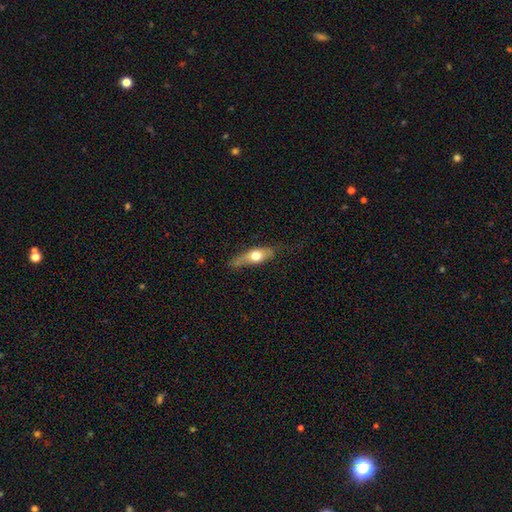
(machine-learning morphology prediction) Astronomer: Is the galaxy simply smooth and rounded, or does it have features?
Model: smooth — 54% (runner-up: featured or disk, 40%).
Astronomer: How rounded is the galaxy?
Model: in between — 48% (runner-up: cigar-shaped, 47%).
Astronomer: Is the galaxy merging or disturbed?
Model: none — 62%.